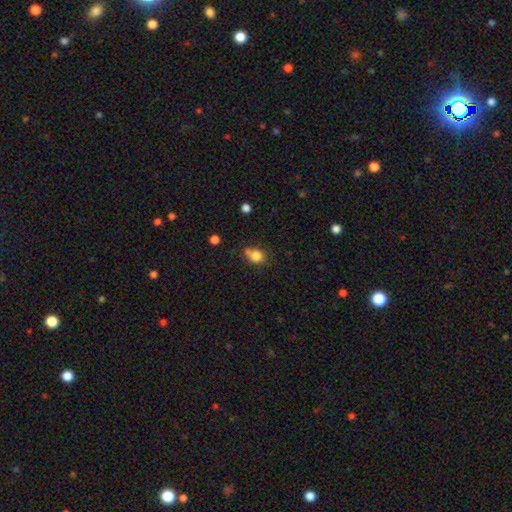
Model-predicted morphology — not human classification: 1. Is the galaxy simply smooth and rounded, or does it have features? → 81% smooth, 11% star or artifact, 8% featured or disk.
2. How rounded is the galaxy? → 56% round, 43% in between, 1% cigar-shaped.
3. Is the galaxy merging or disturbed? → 53% none, 28% minor disturbance, 12% merger, 7% major disturbance.